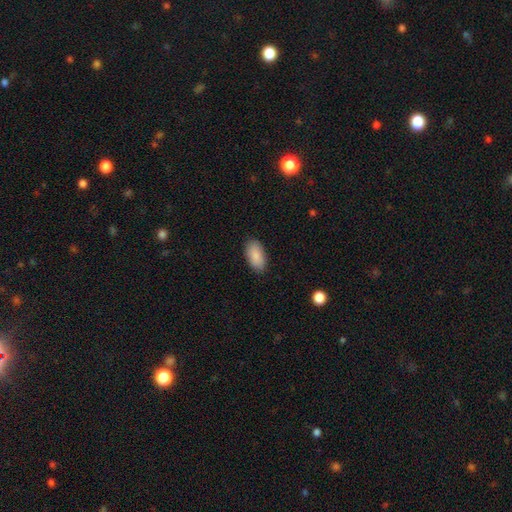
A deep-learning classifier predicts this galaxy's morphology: Smooth or featured?
  - smooth: 88% *
  - star or artifact: 6%
  - featured or disk: 6%
How rounded?
  - in between: 93% *
  - cigar-shaped: 5%
  - round: 2%
Merging?
  - none: 87% *
  - minor disturbance: 9%
  - major disturbance: 2%
  - merger: 1%